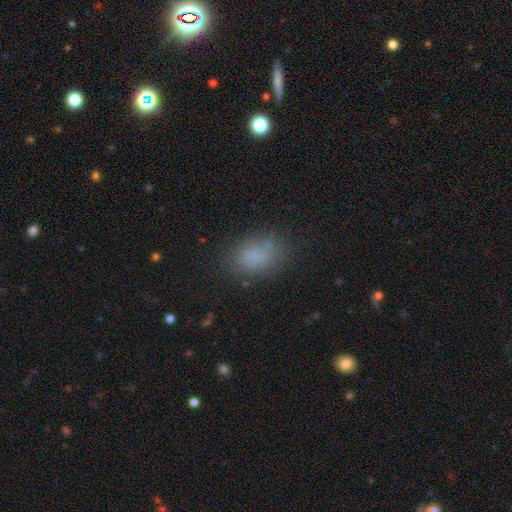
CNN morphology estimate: Overall: smooth (80%). How rounded: in between (82%). Merging: none (74%).